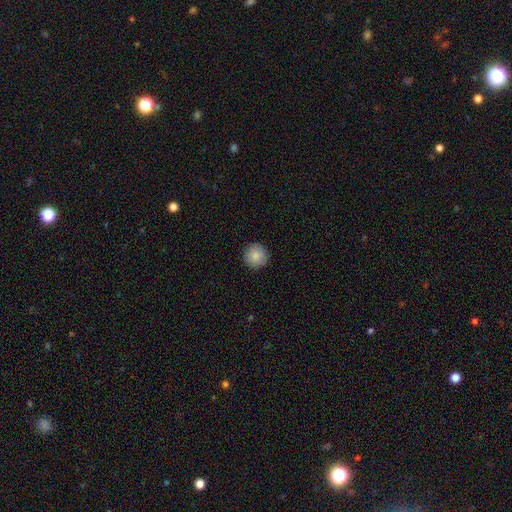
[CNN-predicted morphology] Smooth or featured: smooth — 88% (star or artifact — 8%)
How rounded: round — 96% (in between — 3%)
Merging: none — 92% (minor disturbance — 6%)